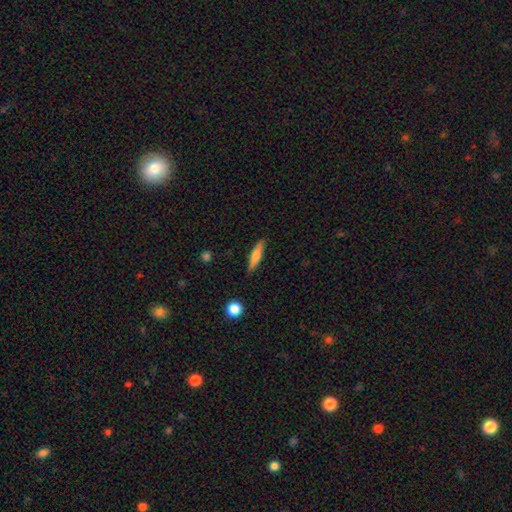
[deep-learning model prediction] Smooth or featured: smooth — 64% (featured or disk — 30%)
How rounded: cigar-shaped — 84% (in between — 14%)
Merging: none — 87% (minor disturbance — 9%)